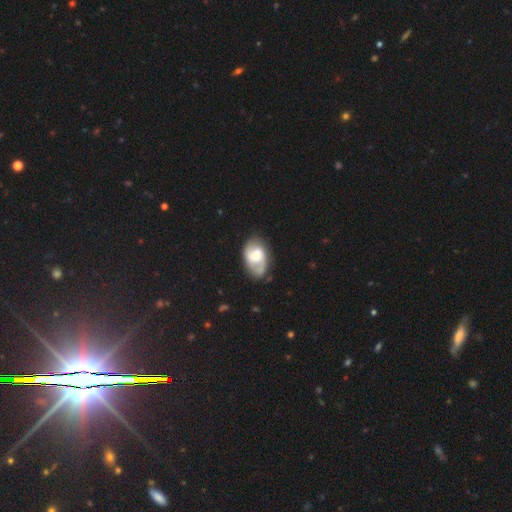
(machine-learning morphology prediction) smooth_or_featured: featured or disk (p=0.67) [alt: smooth p=0.27]
disk_edge_on: no (p=0.97) [alt: yes p=0.03]
bar: weak (p=0.45) [alt: no p=0.44]
has_spiral_arms: yes (p=0.88) [alt: no p=0.12]
spiral_winding: medium (p=0.46) [alt: loose p=0.30]
spiral_arm_count: 2 (p=0.79) [alt: can't tell p=0.10]
bulge_size: moderate (p=0.51) [alt: small p=0.32]
merging: none (p=0.70) [alt: minor disturbance p=0.20]